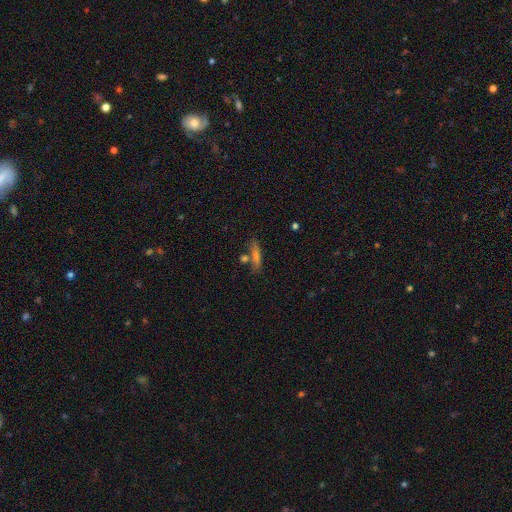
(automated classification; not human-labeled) smooth-or-featured: smooth: 61% | featured or disk: 27% | star or artifact: 12%
  how-rounded: cigar-shaped: 81% | in between: 15% | round: 4%
  merging: none: 74% | minor disturbance: 12% | merger: 11% | major disturbance: 3%